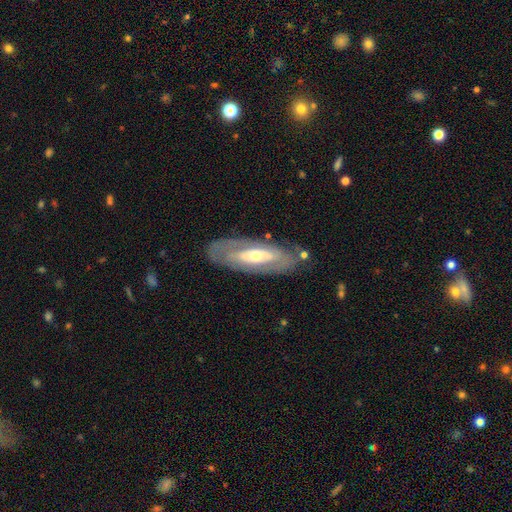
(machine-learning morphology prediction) Q: Smooth or featured?
A: featured or disk (70%); runner-up: smooth (24%)
Q: Edge-on disk?
A: no (80%); runner-up: yes (20%)
Q: Bar?
A: no (60%); runner-up: weak (22%)
Q: Spiral arms?
A: no (59%); runner-up: yes (41%)
Q: Bulge size?
A: moderate (55%); runner-up: small (38%)
Q: Merging?
A: none (79%); runner-up: minor disturbance (13%)